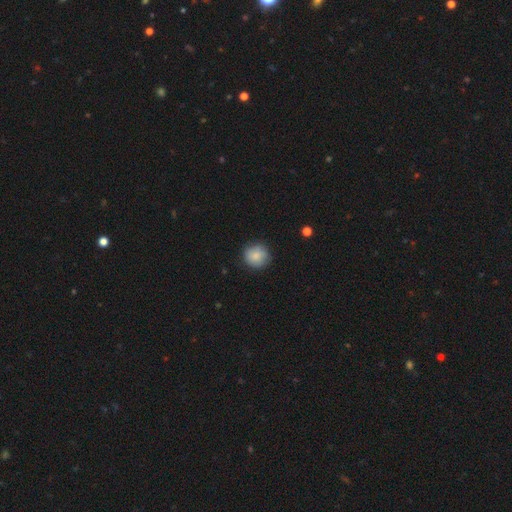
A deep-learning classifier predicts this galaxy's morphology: smooth_or_featured: smooth (p=0.86) [alt: star or artifact p=0.07]
how_rounded: round (p=0.91) [alt: in between p=0.08]
merging: none (p=0.85) [alt: minor disturbance p=0.11]